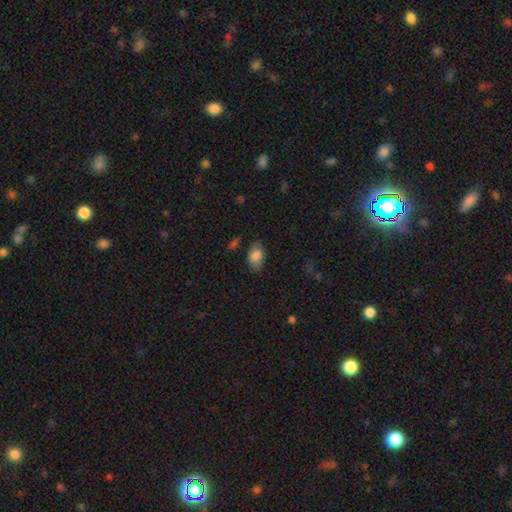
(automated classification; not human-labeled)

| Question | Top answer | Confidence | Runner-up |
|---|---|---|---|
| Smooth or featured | smooth | 78% | featured or disk (14%) |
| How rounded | in between | 91% | round (7%) |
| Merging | none | 72% | minor disturbance (21%) |